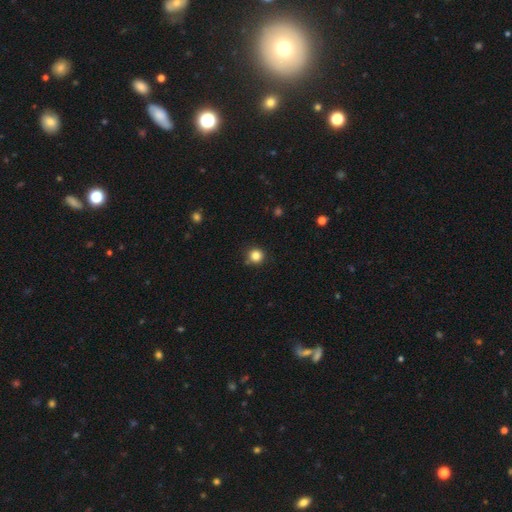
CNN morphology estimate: A smooth galaxy with no disk features (83%) that is round (94%).

Vote fractions:
- Smooth or featured? smooth: 83% / star or artifact: 12% / featured or disk: 4%
- How rounded? round: 94% / in between: 5% / cigar-shaped: 1%
- Merging? none: 87% / minor disturbance: 9% / merger: 2% / major disturbance: 2%